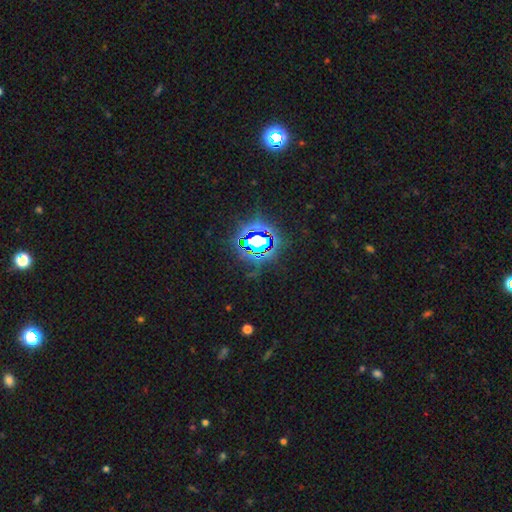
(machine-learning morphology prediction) A star or artifact, not a galaxy (83%).